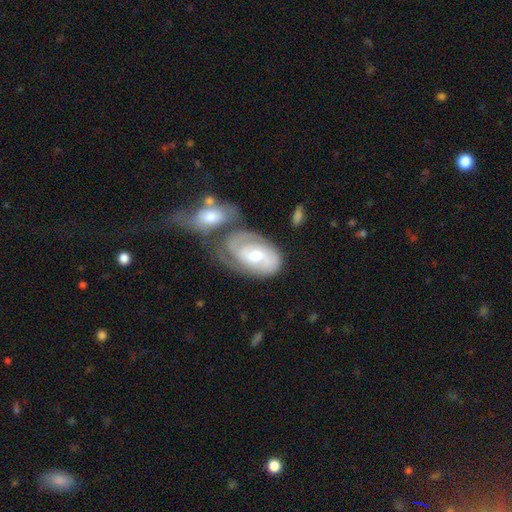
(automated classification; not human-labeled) This appears to be a featured or disk galaxy (79%) with no bar (53%), 2 (47%) tight (63%) spiral arms (92%) and a moderate central bulge (70%). Merging: none (40%).